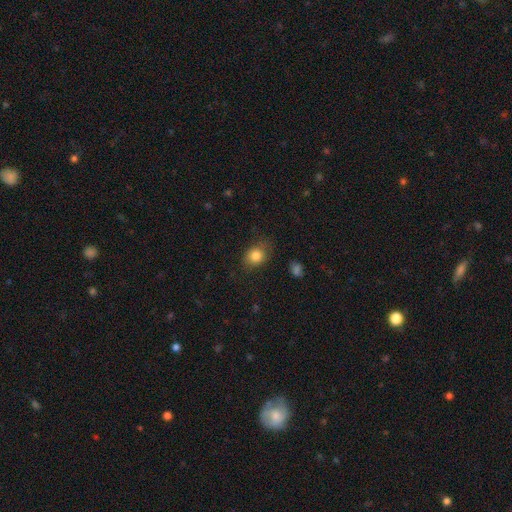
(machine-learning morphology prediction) Overall: smooth (82%). How rounded: in between (54%; round 45%). Merging: none (74%).